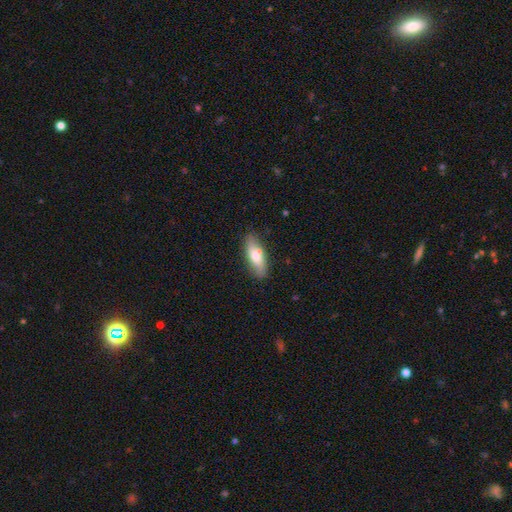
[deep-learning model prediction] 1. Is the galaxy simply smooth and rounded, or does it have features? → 69% smooth, 24% featured or disk, 6% star or artifact.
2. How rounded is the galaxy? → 60% in between, 37% cigar-shaped, 3% round.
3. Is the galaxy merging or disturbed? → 78% none, 15% minor disturbance, 4% merger, 3% major disturbance.